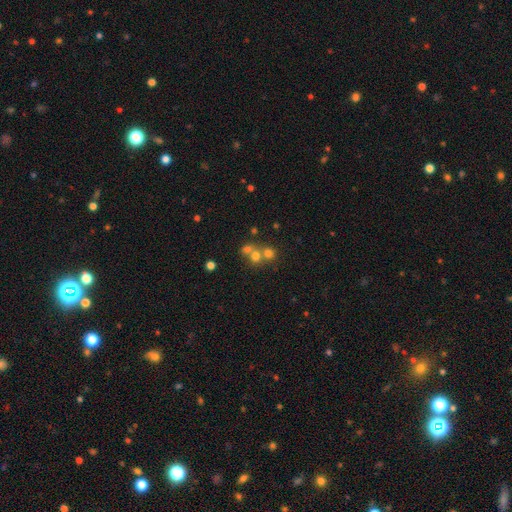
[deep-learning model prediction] This appears to be a smooth galaxy with no disk features (65%) that is round (81%). Merging: merger (50%).